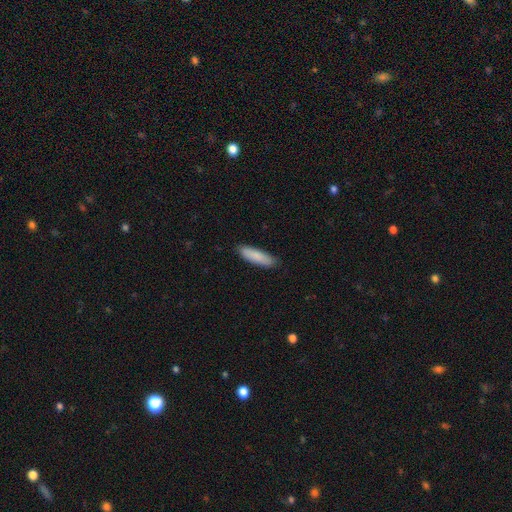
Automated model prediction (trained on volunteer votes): A smooth galaxy with no disk features (86%) that is cigar-shaped (63%).

Vote fractions:
- Smooth or featured? smooth: 86% / featured or disk: 8% / star or artifact: 5%
- How rounded? cigar-shaped: 63% / in between: 36% / round: 1%
- Merging? none: 88% / minor disturbance: 9% / major disturbance: 2% / merger: 1%